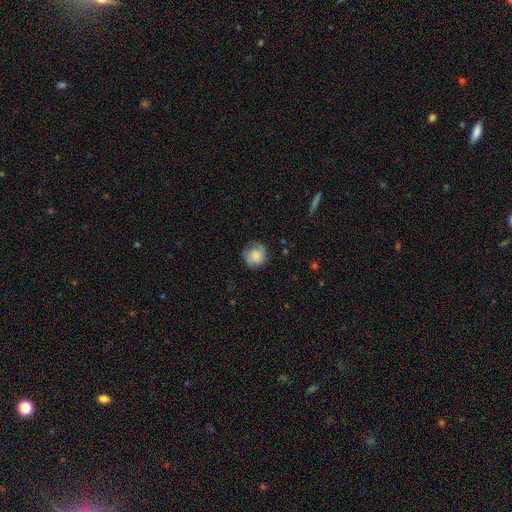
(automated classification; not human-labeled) Smooth or featured?
  - smooth: 74% *
  - featured or disk: 19%
  - star or artifact: 8%
How rounded?
  - round: 88% *
  - in between: 11%
  - cigar-shaped: 1%
Merging?
  - none: 71% *
  - minor disturbance: 21%
  - major disturbance: 7%
  - merger: 1%